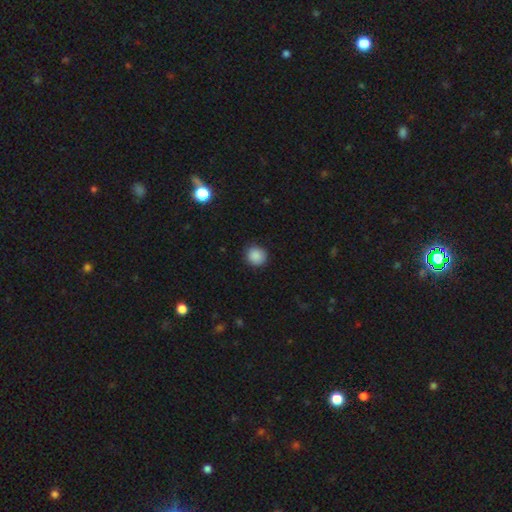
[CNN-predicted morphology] Smooth or featured: smooth — 87% (star or artifact — 9%)
How rounded: round — 89% (in between — 11%)
Merging: none — 88% (minor disturbance — 8%)